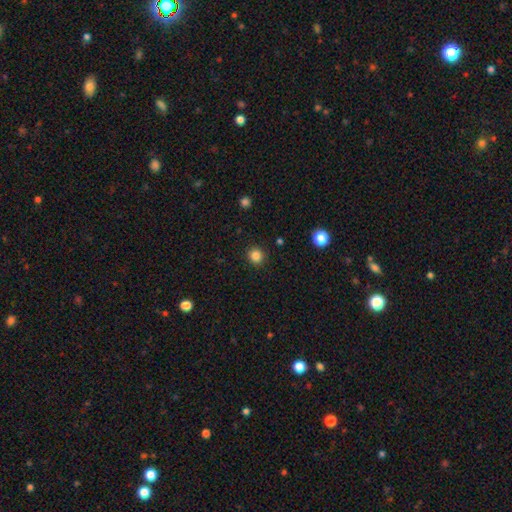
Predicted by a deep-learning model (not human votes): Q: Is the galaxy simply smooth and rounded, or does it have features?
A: smooth — 84%.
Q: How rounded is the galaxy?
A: round — 91%.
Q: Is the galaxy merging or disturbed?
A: none — 92%.